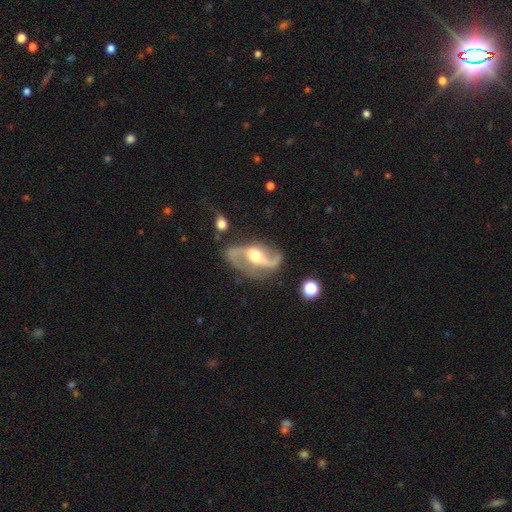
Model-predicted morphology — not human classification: Smooth or featured?
  - featured or disk: 90% *
  - smooth: 5%
  - star or artifact: 5%
Edge-on disk?
  - no: 96% *
  - yes: 4%
Bar?
  - weak: 38% * (tied)
  - no: 38% * (tied)
  - strong: 24%
Spiral arms?
  - yes: 97% *
  - no: 3%
Spiral winding?
  - loose: 58% *
  - medium: 35%
  - tight: 7%
Spiral arm count?
  - 2: 93% *
  - can't tell: 2%
  - 1: 2%
  - 3: 1%
  - 4: 1%
  - more than 4: 1%
Bulge size?
  - moderate: 69% *
  - large: 16%
  - small: 13%
  - dominant: 2%
  - none: 1%
Merging?
  - none: 71% *
  - minor disturbance: 16%
  - major disturbance: 9%
  - merger: 4%